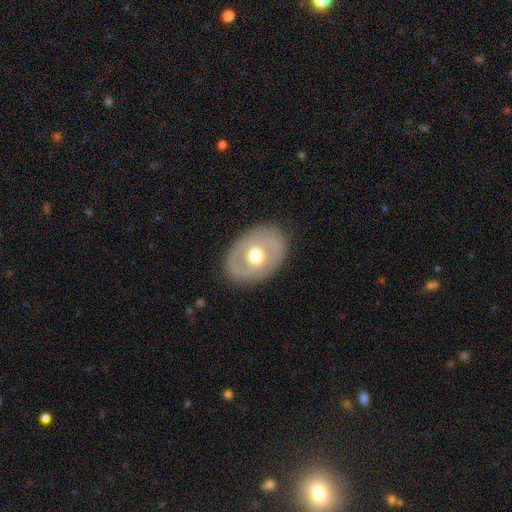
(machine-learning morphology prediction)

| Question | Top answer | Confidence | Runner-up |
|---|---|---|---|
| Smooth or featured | featured or disk | 57% | smooth (37%) |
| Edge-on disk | no | 93% | yes (7%) |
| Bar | no | 77% | weak (17%) |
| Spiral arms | no | 73% | yes (27%) |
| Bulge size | moderate | 72% | large (14%) |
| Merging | none | 84% | minor disturbance (11%) |